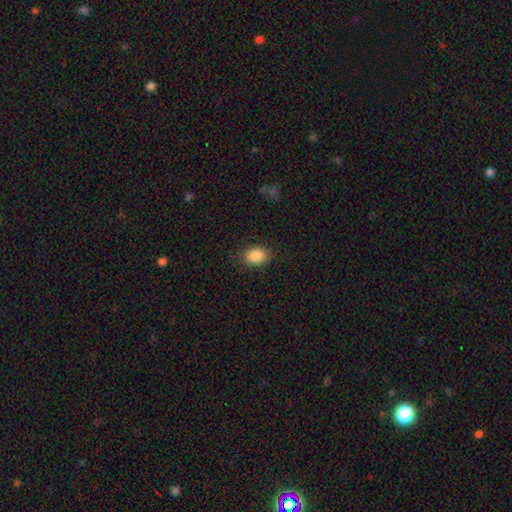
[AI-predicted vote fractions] smooth 88%, star or artifact 8%, featured or disk 4%. Down the decision tree: how rounded — in between (71%); merging — none (86%).